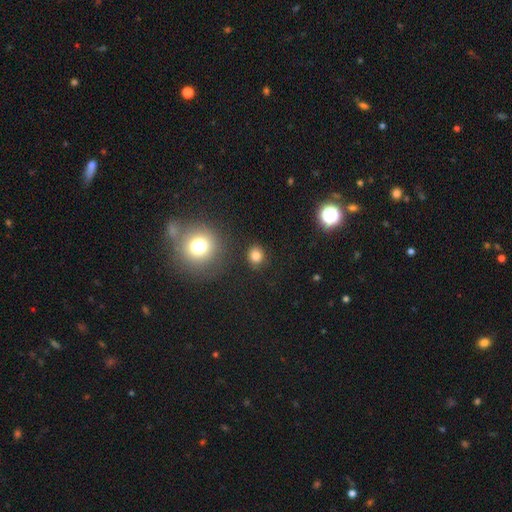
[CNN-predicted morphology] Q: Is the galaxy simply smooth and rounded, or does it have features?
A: smooth — 81%.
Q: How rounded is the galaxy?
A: round — 74%.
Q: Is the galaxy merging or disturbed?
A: none — 86%.